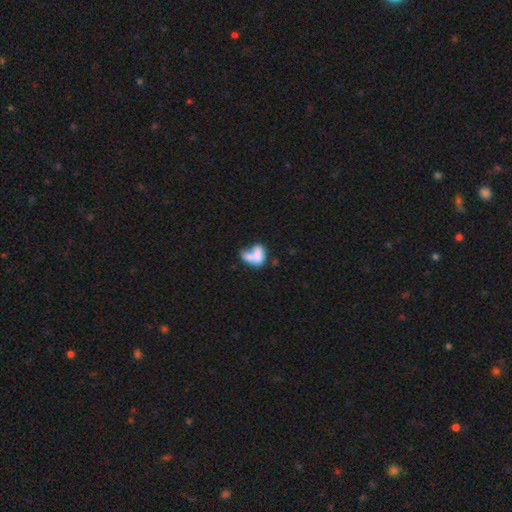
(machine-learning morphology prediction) The model was most divided on "smooth or featured": smooth: 67%, featured or disk: 24%, star or artifact: 8%. More confident: how rounded — in between (84%); merging — merger (63%).